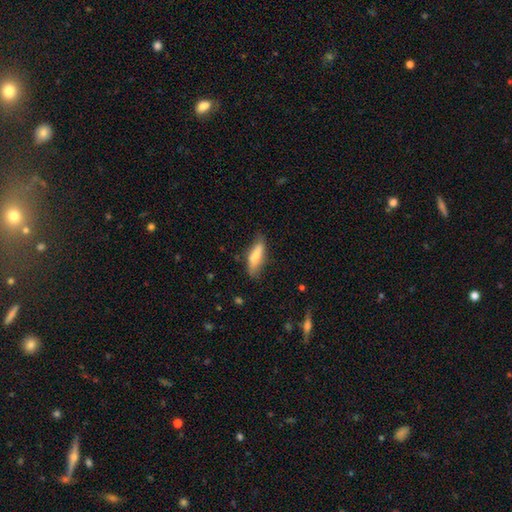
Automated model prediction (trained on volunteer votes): This is likely a smooth galaxy (70%). How rounded: possibly cigar-shaped (52%). Merging: likely none (69%).